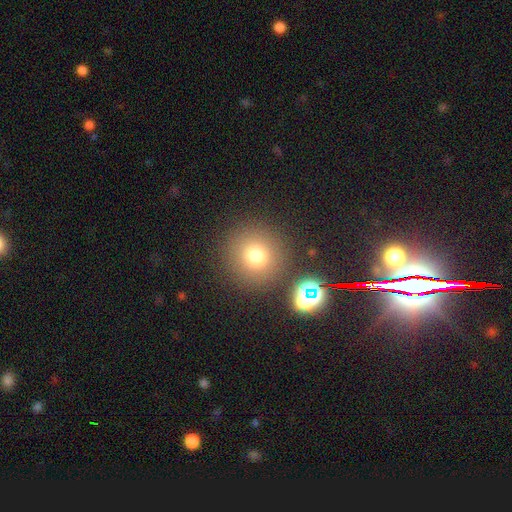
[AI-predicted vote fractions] Q: Smooth or featured?
A: smooth (73%); runner-up: star or artifact (18%)
Q: How rounded?
A: round (95%); runner-up: in between (4%)
Q: Merging?
A: none (85%); runner-up: minor disturbance (7%)